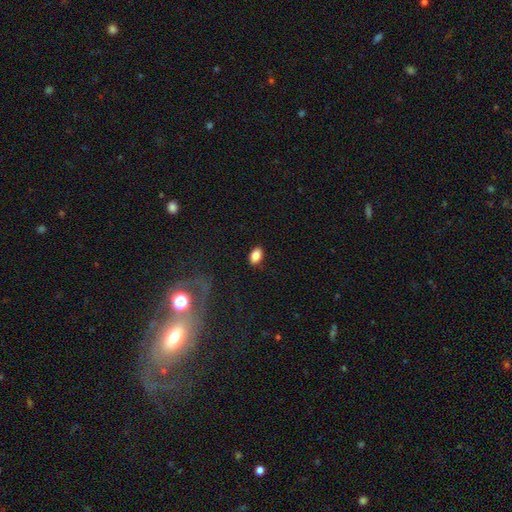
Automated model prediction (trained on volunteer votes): smooth 85%, star or artifact 9%, featured or disk 6%. Down the decision tree: how rounded — in between (89%); merging — none (87%).